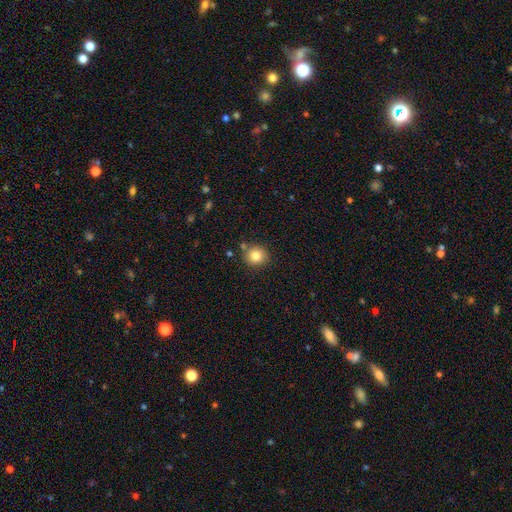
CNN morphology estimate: smooth_or_featured: smooth (p=0.82) [alt: star or artifact p=0.11]
how_rounded: round (p=0.89) [alt: in between p=0.10]
merging: none (p=0.82) [alt: minor disturbance p=0.09]